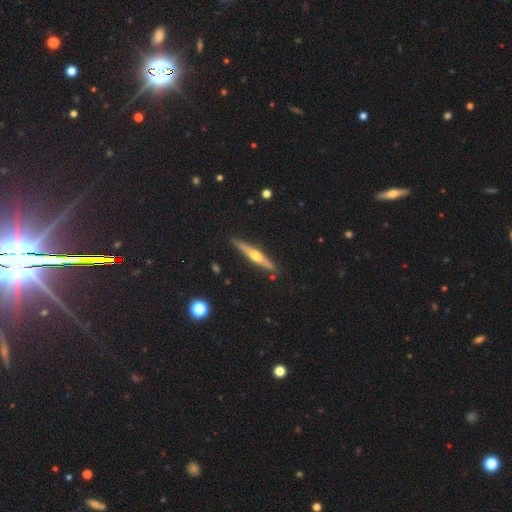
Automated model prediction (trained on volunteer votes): Smooth or featured? Predicted: featured or disk (p=0.66). Edge-on disk? Predicted: yes (p=0.96). Edge-on bulge? Predicted: rounded (p=0.89). Merging? Predicted: none (p=0.88).